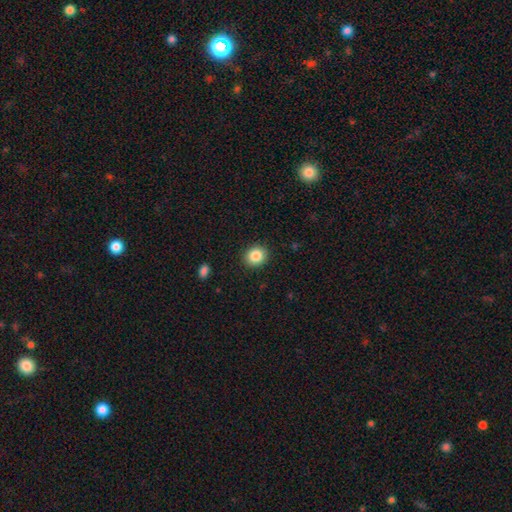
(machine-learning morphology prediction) Smooth or featured? Predicted: smooth (p=0.86). How rounded? Predicted: round (p=0.72). Merging? Predicted: none (p=0.90).